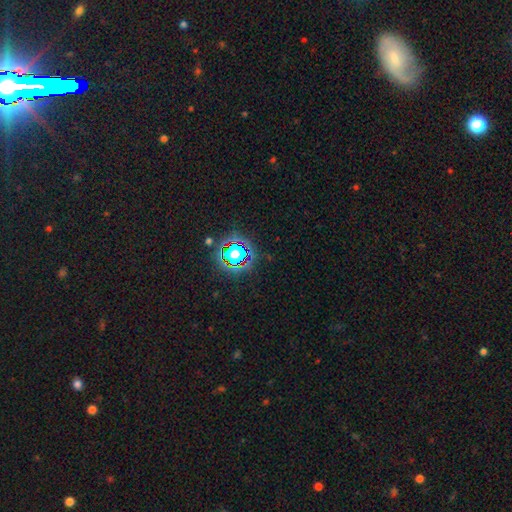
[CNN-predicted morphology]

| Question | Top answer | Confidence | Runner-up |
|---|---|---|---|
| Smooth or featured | star or artifact | 80% | smooth (13%) |